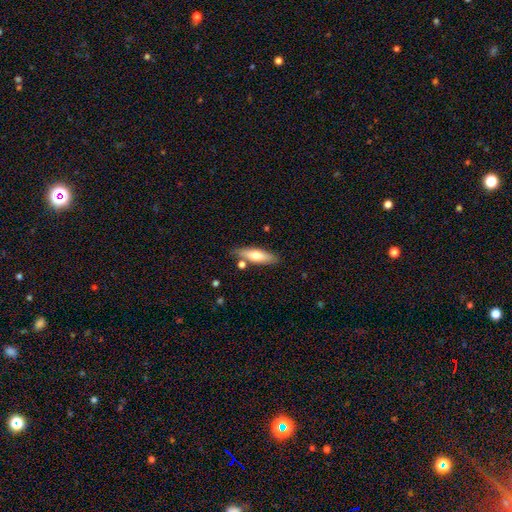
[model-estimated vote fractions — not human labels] smooth 64%, featured or disk 29%, star or artifact 6%. Down the decision tree: how rounded — cigar-shaped (53%); merging — none (76%).